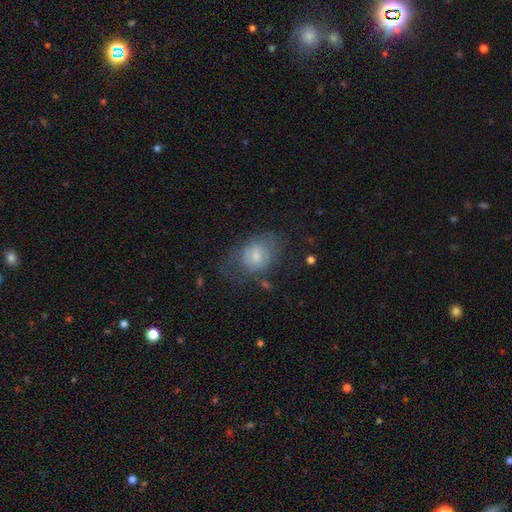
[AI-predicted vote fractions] Smooth or featured?
  - smooth: 57% *
  - featured or disk: 33%
  - star or artifact: 9%
How rounded?
  - in between: 61% *
  - round: 38%
  - cigar-shaped: 1%
Merging?
  - none: 45% *
  - minor disturbance: 28%
  - major disturbance: 25%
  - merger: 3%